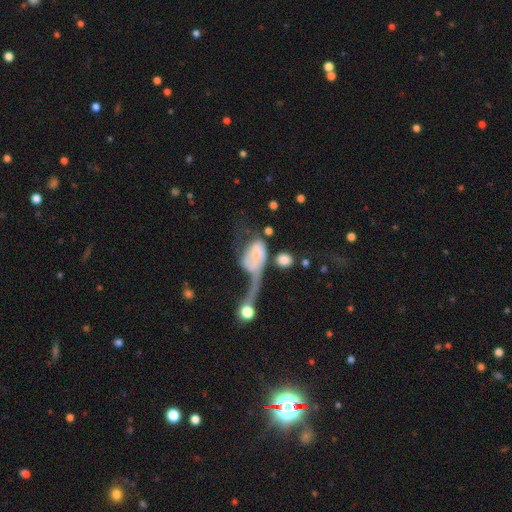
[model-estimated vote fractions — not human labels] Smooth or featured? featured or disk (48%)
Merging? merger (40%)